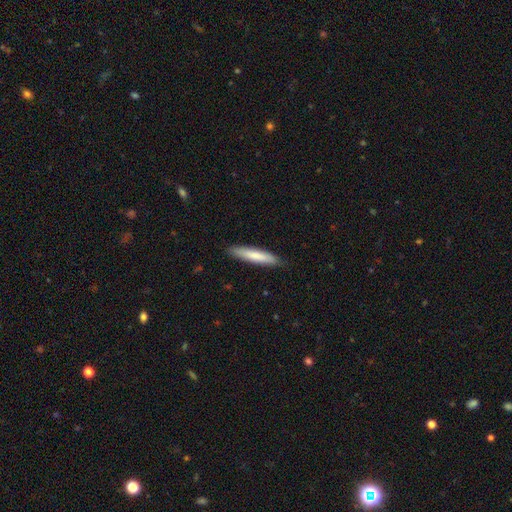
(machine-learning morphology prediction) Smooth or featured? Predicted: smooth (p=0.76). How rounded? Predicted: cigar-shaped (p=0.89). Merging? Predicted: none (p=0.87).